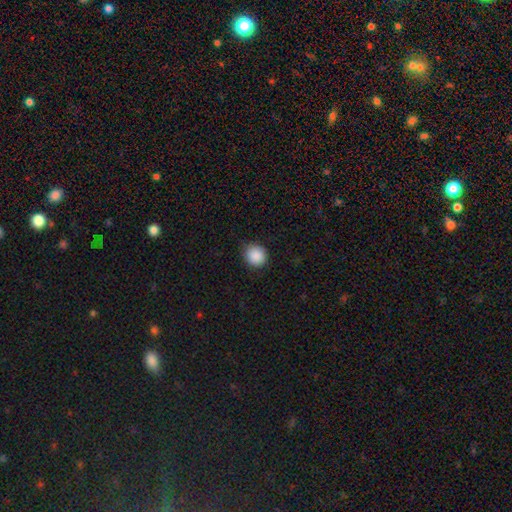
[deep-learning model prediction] The model was most divided on "merging": none: 86%, minor disturbance: 11%, major disturbance: 2%, merger: 1%. More confident: how rounded — round (90%); smooth or featured — smooth (89%).